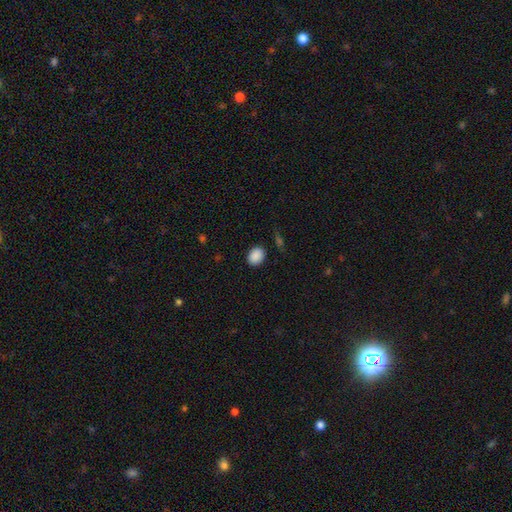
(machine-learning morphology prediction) smooth_or_featured: smooth (p=0.89) [alt: star or artifact p=0.08]
how_rounded: in between (p=0.55) [alt: round p=0.44]
merging: none (p=0.86) [alt: minor disturbance p=0.09]